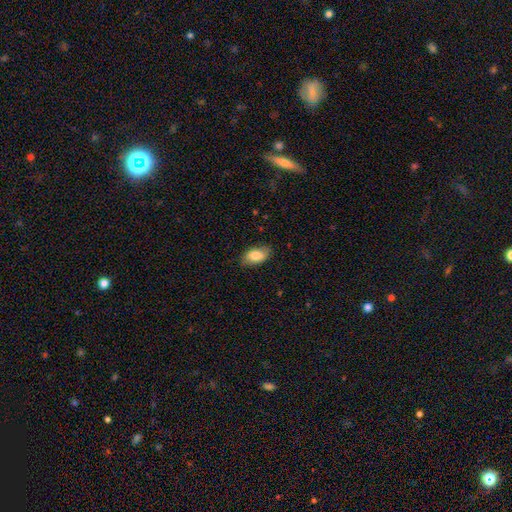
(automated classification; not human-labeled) Smooth or featured: smooth — 78% (featured or disk — 15%)
How rounded: in between — 93% (round — 4%)
Merging: none — 81% (minor disturbance — 15%)